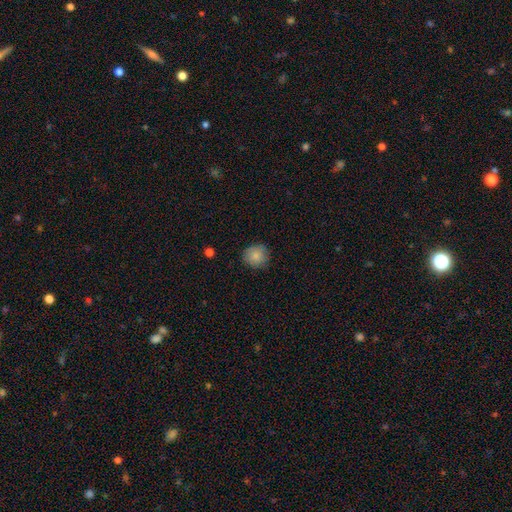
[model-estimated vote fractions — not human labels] Q: Smooth or featured?
A: smooth (85%); runner-up: star or artifact (8%)
Q: How rounded?
A: round (91%); runner-up: in between (8%)
Q: Merging?
A: none (86%); runner-up: minor disturbance (10%)